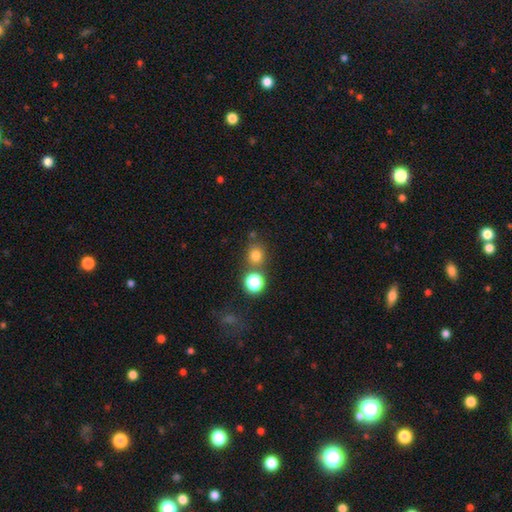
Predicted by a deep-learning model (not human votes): A smooth galaxy with no disk features (75%) that is round (84%). Merging: none (72%).